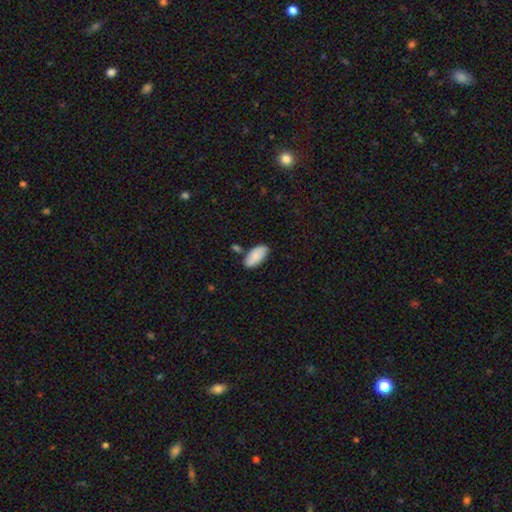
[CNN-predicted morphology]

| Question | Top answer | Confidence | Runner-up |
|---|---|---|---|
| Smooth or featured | smooth | 85% | featured or disk (9%) |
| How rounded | in between | 93% | cigar-shaped (5%) |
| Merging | none | 74% | minor disturbance (15%) |